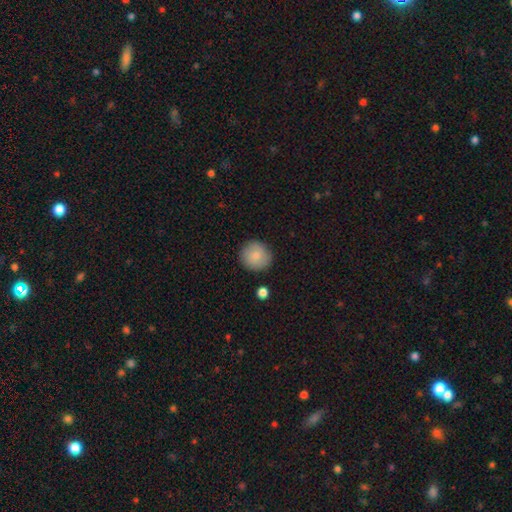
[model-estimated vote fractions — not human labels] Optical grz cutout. It shows a smooth galaxy with no disk features (83%) that is round (91%). Merging: none (88%).